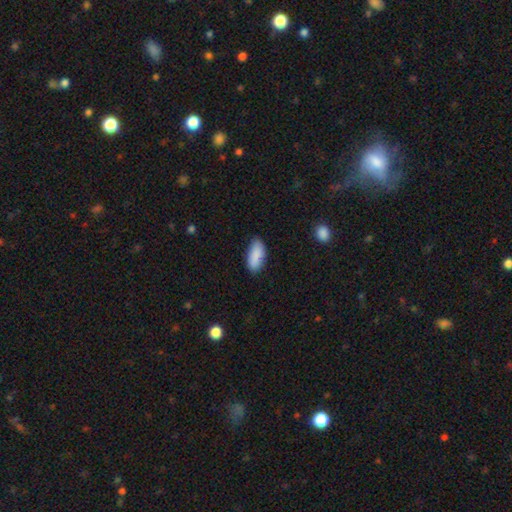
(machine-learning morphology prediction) Smooth or featured? smooth (88%)
How rounded? in between (86%)
Merging? none (79%)